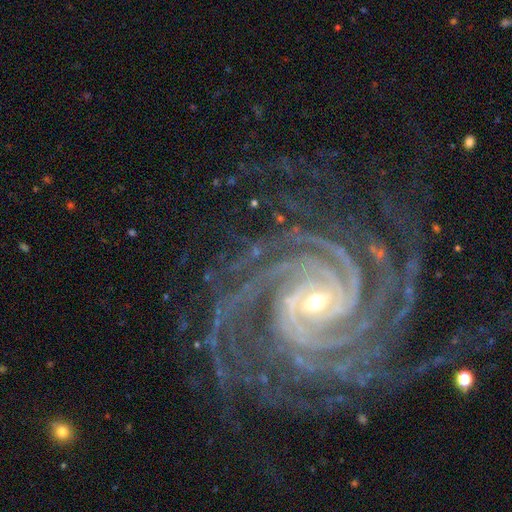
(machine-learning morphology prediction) This appears to be a featured or disk galaxy (93%) with no bar (40%), more than 4 (32%) tight (79%) spiral arms (99%) and a small central bulge (64%). Merging: none (76%).